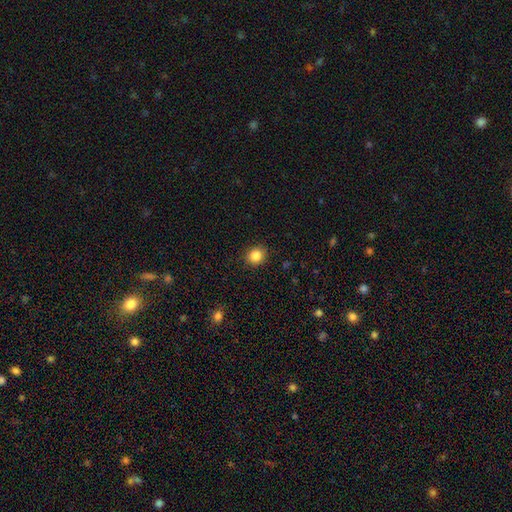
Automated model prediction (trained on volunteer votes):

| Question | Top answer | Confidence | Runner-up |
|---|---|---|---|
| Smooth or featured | smooth | 85% | star or artifact (10%) |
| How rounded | round | 76% | in between (23%) |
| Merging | none | 89% | minor disturbance (8%) |